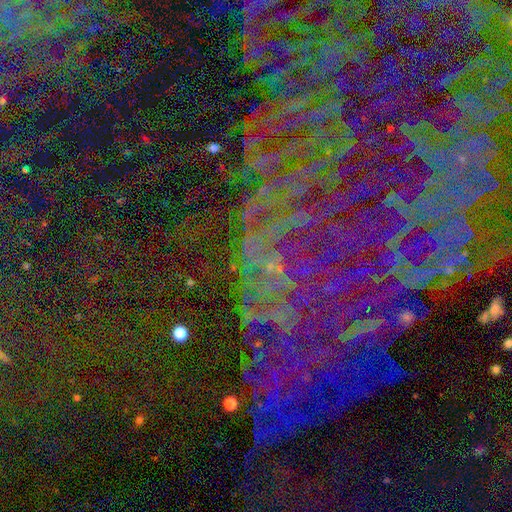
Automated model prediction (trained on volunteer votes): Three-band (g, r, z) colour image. It shows a star or artifact, not a galaxy (86%).